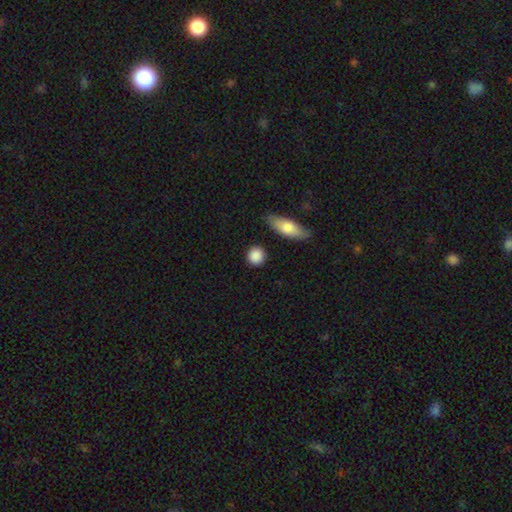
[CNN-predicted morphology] A smooth galaxy with no disk features (88%) that is round (83%). Merging: none (85%).